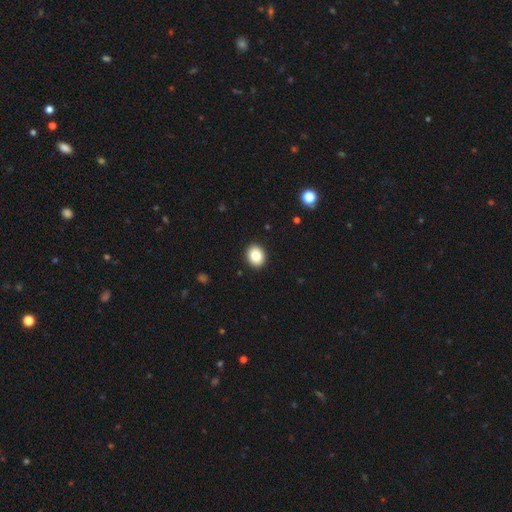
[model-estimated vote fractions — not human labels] Q: Smooth or featured?
A: smooth (87%); runner-up: star or artifact (8%)
Q: How rounded?
A: round (54%); runner-up: in between (45%)
Q: Merging?
A: none (91%); runner-up: minor disturbance (6%)